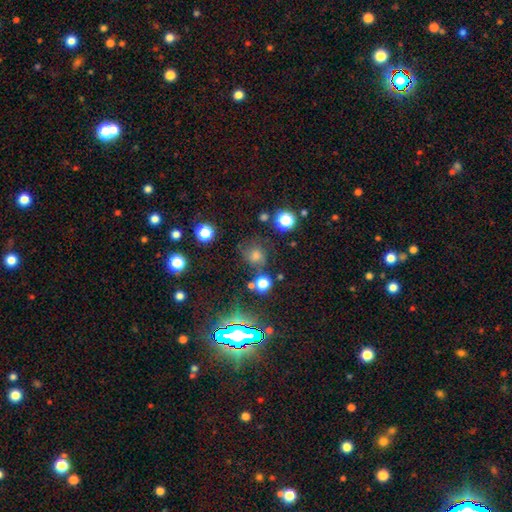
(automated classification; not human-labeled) This appears to be a smooth galaxy with no disk features (50%). Merging: none (71%).